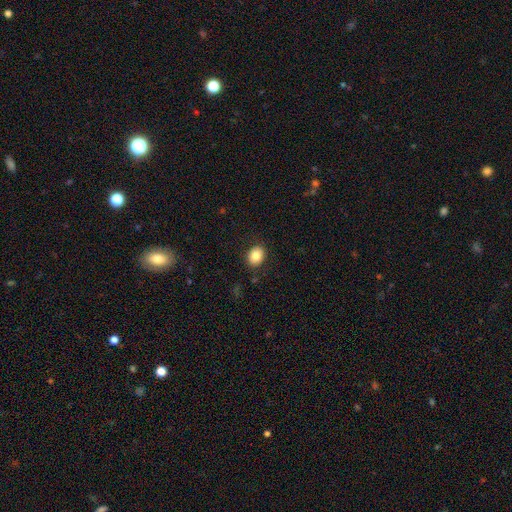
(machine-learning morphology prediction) smooth-or-featured: smooth: 84% | star or artifact: 9% | featured or disk: 8%
  how-rounded: in between: 50% | round: 49% | cigar-shaped: 1%
  merging: none: 88% | minor disturbance: 9% | major disturbance: 2% | merger: 1%